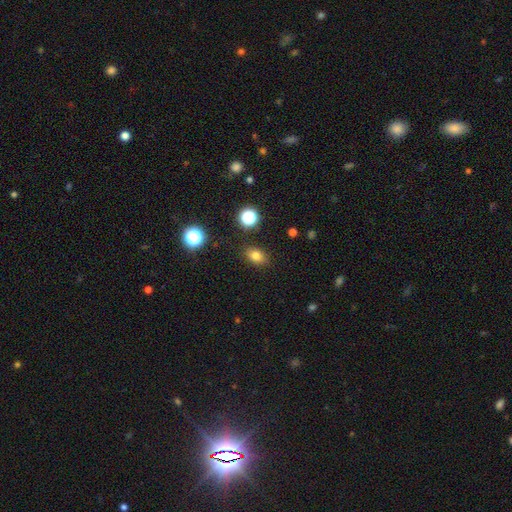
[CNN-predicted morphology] This is likely a smooth galaxy (78%). How rounded: likely in between (71%). Merging: clearly none (86%).